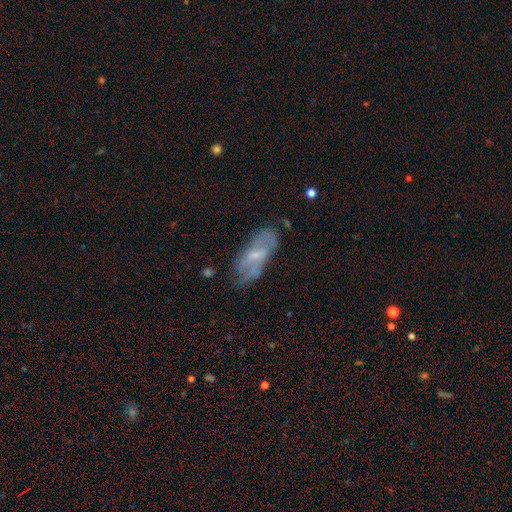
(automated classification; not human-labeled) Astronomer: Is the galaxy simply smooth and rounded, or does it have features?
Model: featured or disk — 53% (runner-up: smooth, 39%).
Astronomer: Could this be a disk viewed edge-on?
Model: no — 86%.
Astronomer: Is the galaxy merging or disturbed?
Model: none — 57%.